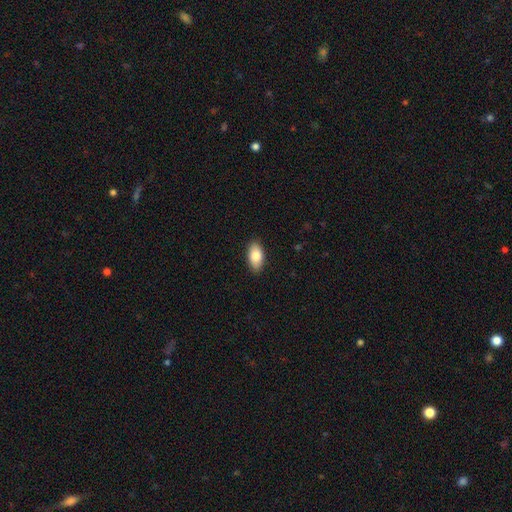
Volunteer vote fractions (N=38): A smooth galaxy with no disk features (92%) that is in between round and cigar-shaped (91%). Merging: none (95%).